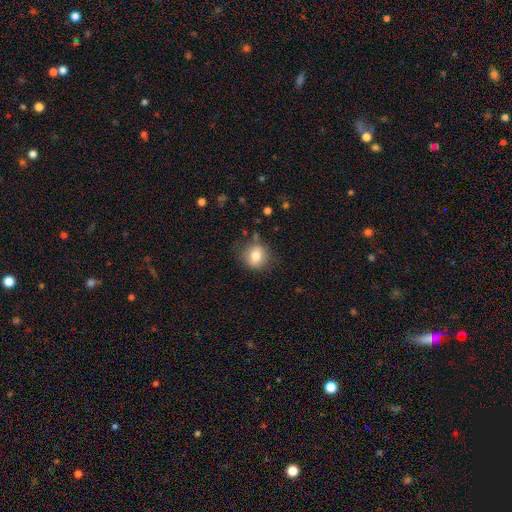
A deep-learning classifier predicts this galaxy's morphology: This appears to be a smooth galaxy with no disk features (79%) that is round (75%). Merging: none (79%).